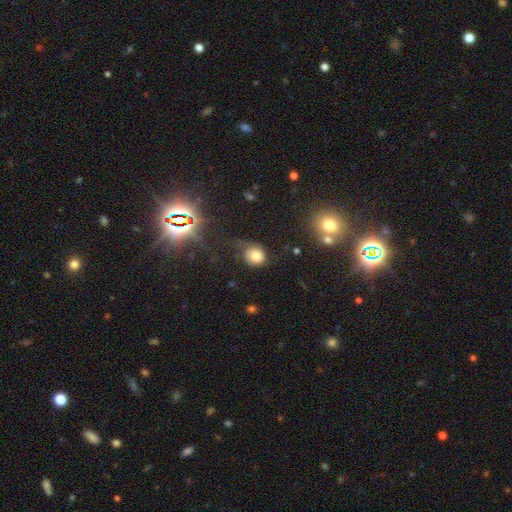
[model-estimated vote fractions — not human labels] Morphology: type=smooth (71%); roundness=round (79%); merging=none (52%).